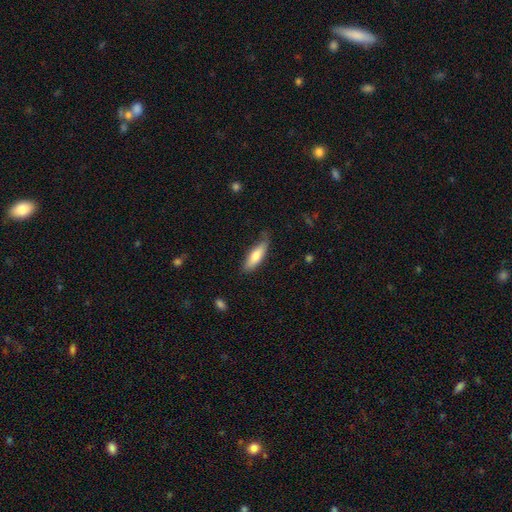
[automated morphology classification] This appears to be a smooth galaxy with no disk features (75%) that is cigar-shaped (50%). Merging: none (66%).